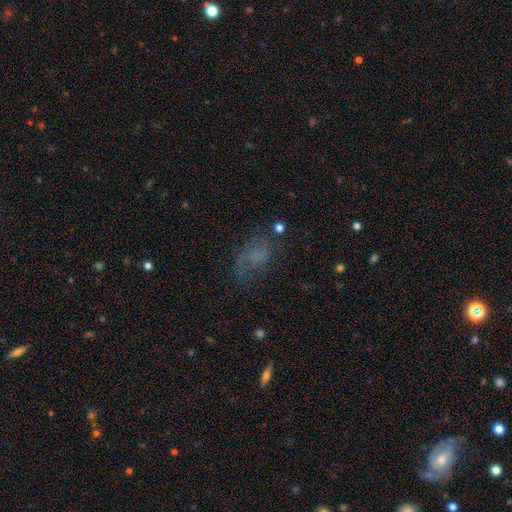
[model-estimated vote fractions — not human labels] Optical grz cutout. It shows a featured or disk galaxy (44%). Merging: none (47%).